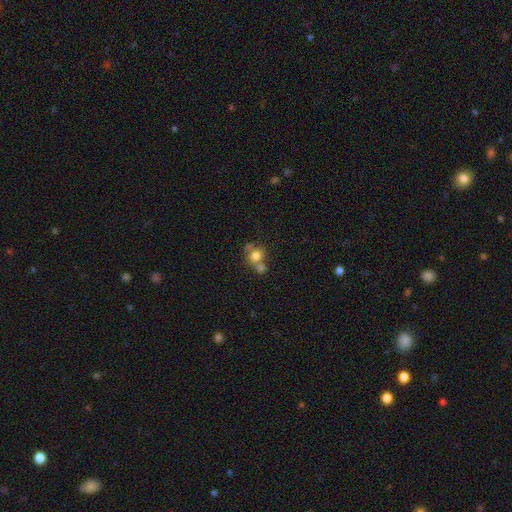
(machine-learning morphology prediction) Smooth or featured?
  - smooth: 71% *
  - featured or disk: 16%
  - star or artifact: 12%
How rounded?
  - round: 73% *
  - in between: 26%
  - cigar-shaped: 1%
Merging?
  - merger: 45% *
  - none: 39%
  - minor disturbance: 10%
  - major disturbance: 6%